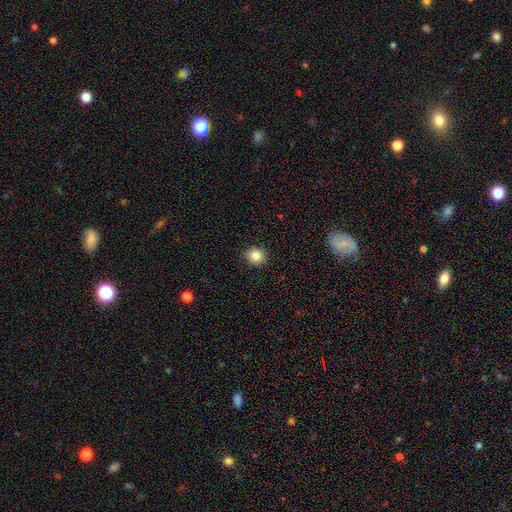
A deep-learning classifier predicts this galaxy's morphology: Smooth or featured? smooth (83%)
How rounded? round (85%)
Merging? none (91%)